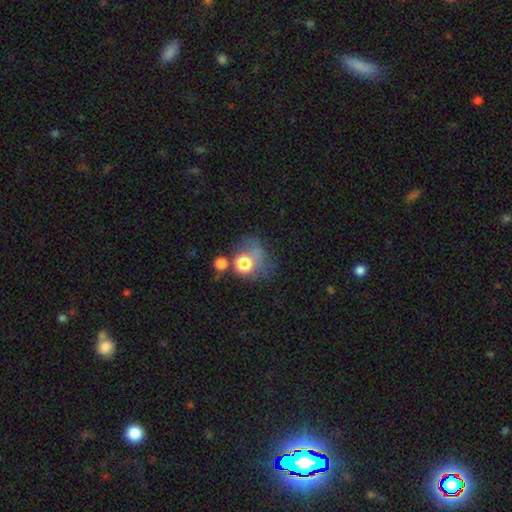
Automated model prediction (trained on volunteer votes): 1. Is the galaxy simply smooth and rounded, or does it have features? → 57% smooth, 22% star or artifact, 21% featured or disk.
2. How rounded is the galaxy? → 66% round, 33% in between, 1% cigar-shaped.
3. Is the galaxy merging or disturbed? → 34% none, 31% major disturbance, 21% minor disturbance, 14% merger.